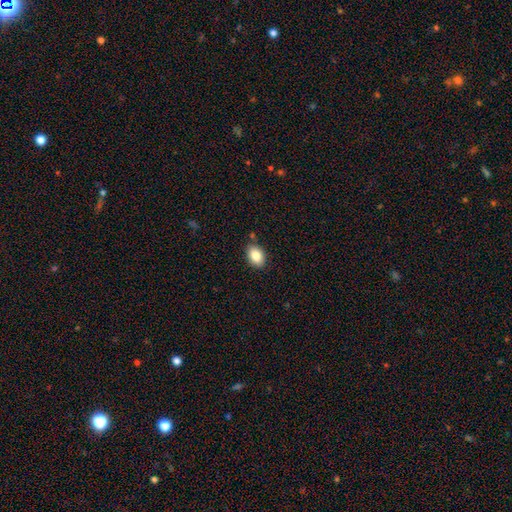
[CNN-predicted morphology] Overall: smooth (85%). How rounded: in between (83%). Merging: none (84%).